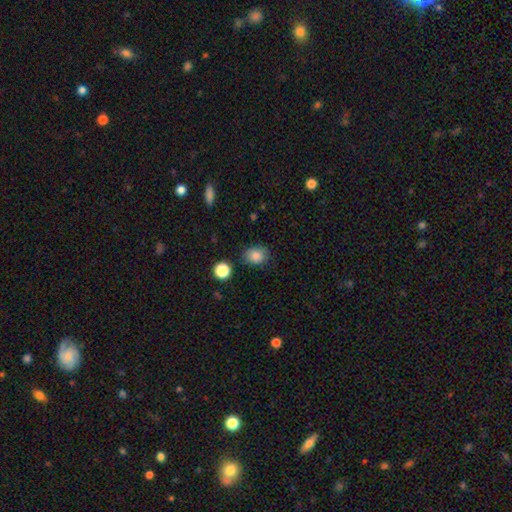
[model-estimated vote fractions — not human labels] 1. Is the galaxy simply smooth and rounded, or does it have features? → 84% smooth, 10% star or artifact, 6% featured or disk.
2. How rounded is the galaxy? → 53% in between, 47% round, 1% cigar-shaped.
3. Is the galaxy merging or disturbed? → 78% none, 15% minor disturbance, 4% major disturbance, 3% merger.